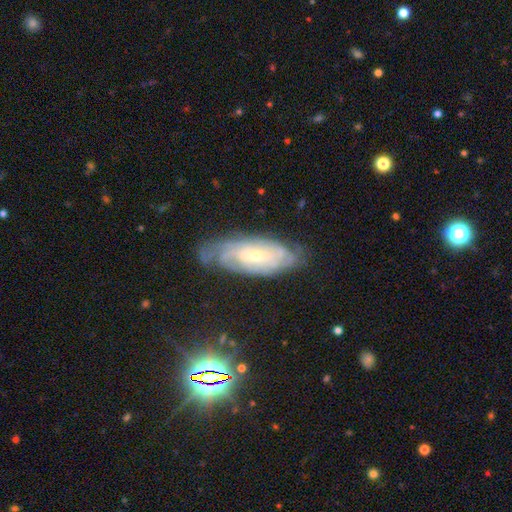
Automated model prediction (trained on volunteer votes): The model was most divided on "bar": no: 45%, weak: 42%, strong: 14%. Remaining: spiral arms — yes (93%); edge-on disk — no (90%); smooth or featured — featured or disk (79%); spiral winding — tight (68%); merging — none (68%); bulge size — small (66%); spiral arm count — can't tell (50%).